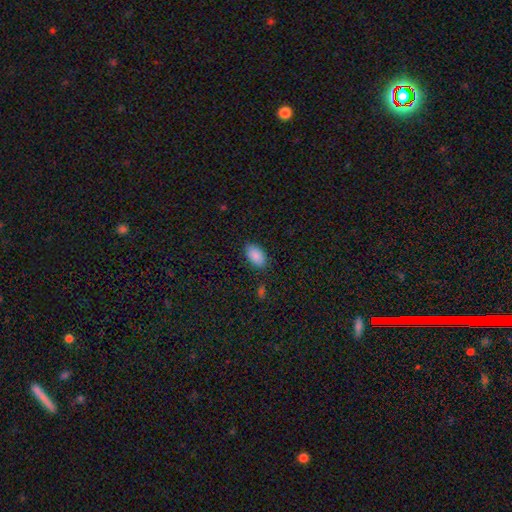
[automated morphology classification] This is clearly a smooth galaxy (88%). How rounded: clearly in between (94%). Merging: clearly none (85%).